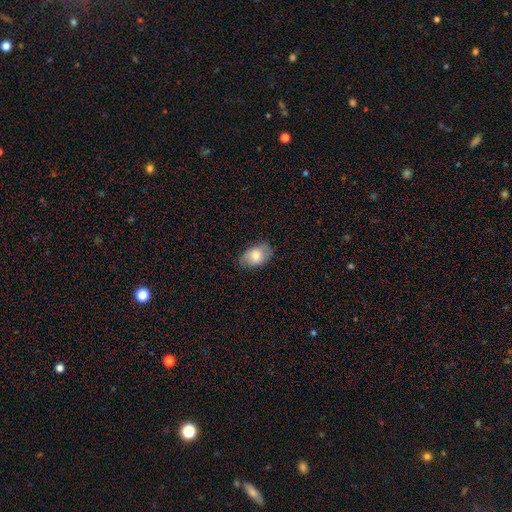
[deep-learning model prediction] smooth 79%, featured or disk 14%, star or artifact 7%. Down the decision tree: how rounded — in between (86%); merging — none (77%).